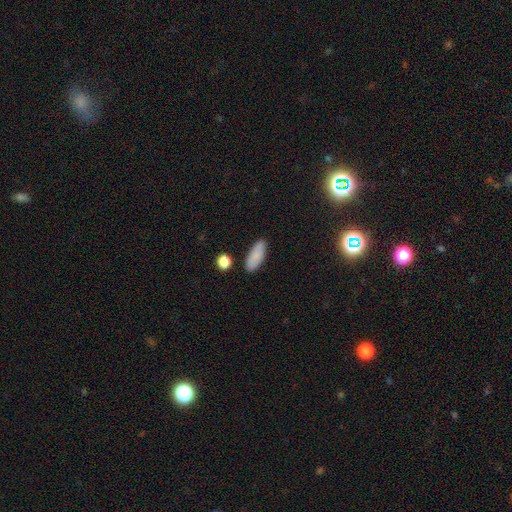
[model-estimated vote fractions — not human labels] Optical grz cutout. It shows a smooth galaxy with no disk features (86%) that is in between round and cigar-shaped (79%). Merging: none (82%).